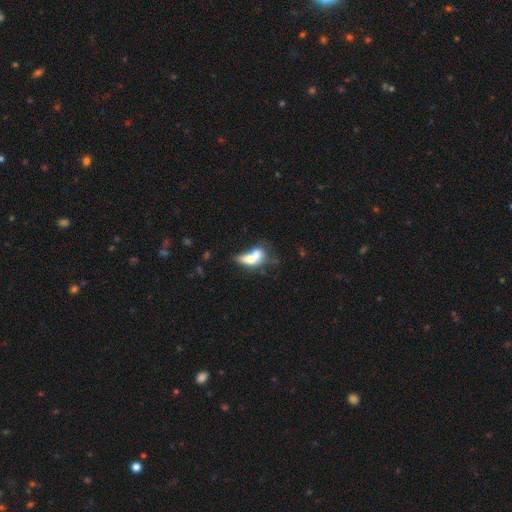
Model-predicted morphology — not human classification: This appears to be a smooth galaxy with no disk features (60%) that is in between round and cigar-shaped (67%). Merging: merger (67%).